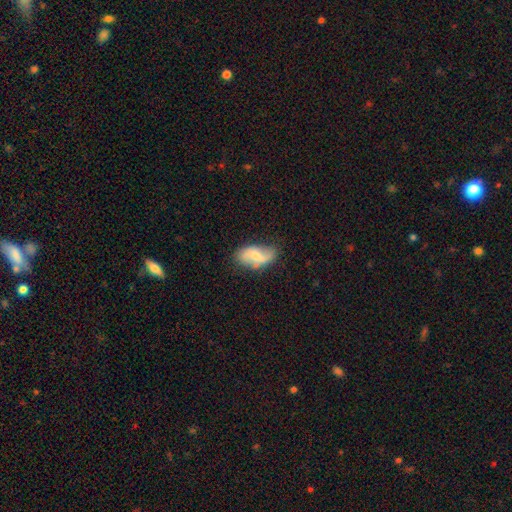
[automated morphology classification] Smooth or featured? Predicted: featured or disk (p=0.63). Edge-on disk? Predicted: no (p=0.96). Bar? Predicted: weak (p=0.46). Spiral arms? Predicted: yes (p=0.90). Spiral winding? Predicted: loose (p=0.69). Spiral arm count? Predicted: 2 (p=0.87). Bulge size? Predicted: small (p=0.45). Merging? Predicted: none (p=0.68).